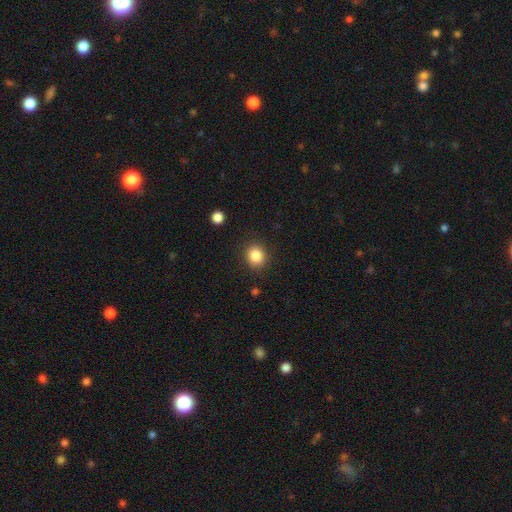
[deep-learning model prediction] This is clearly a smooth galaxy (85%). How rounded: likely round (79%). Merging: clearly none (88%).